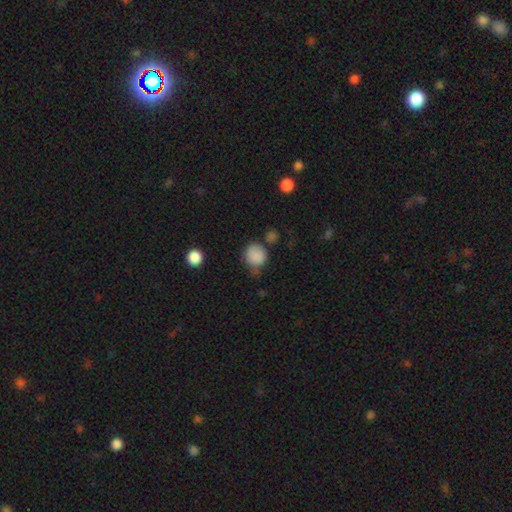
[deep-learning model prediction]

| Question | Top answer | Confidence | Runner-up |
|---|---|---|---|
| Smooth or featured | smooth | 85% | star or artifact (10%) |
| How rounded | round | 79% | in between (20%) |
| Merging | none | 56% | minor disturbance (29%) |